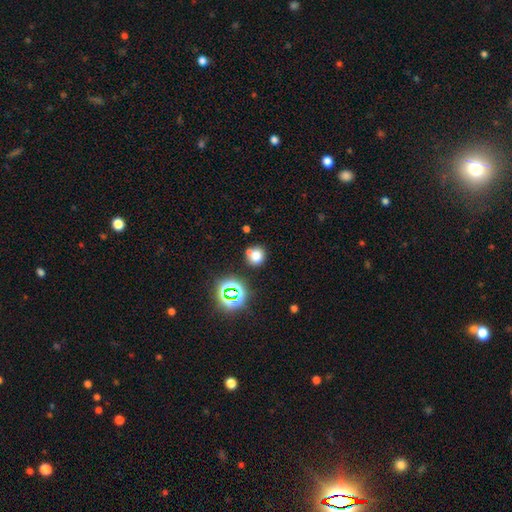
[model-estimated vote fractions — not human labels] smooth_or_featured: smooth (p=0.70) [alt: star or artifact p=0.20]
how_rounded: round (p=0.88) [alt: in between p=0.11]
merging: none (p=0.64) [alt: merger p=0.21]